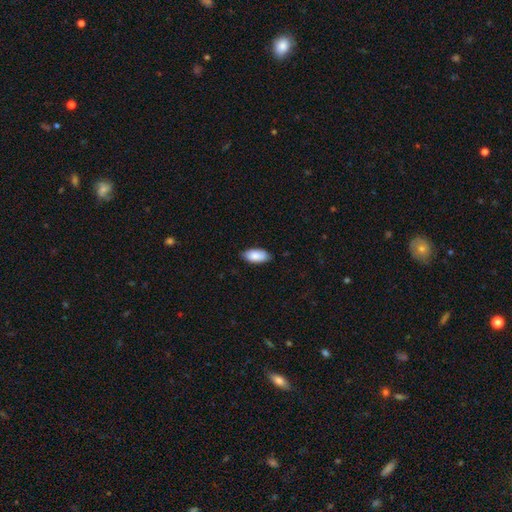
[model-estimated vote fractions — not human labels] Smooth or featured? smooth (88%)
How rounded? in between (93%)
Merging? none (83%)